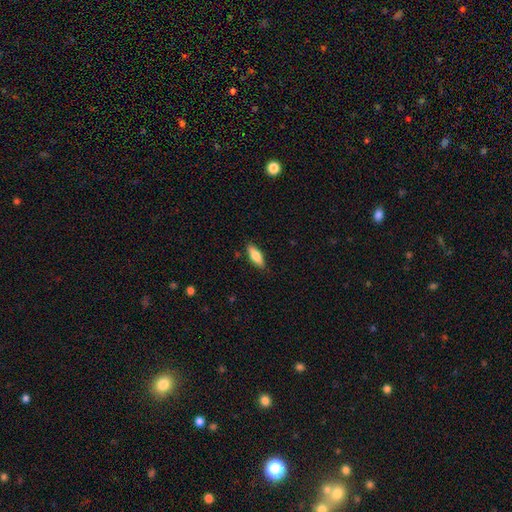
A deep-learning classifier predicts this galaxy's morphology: smooth 76%, featured or disk 18%, star or artifact 6%. Down the decision tree: how rounded — in between (62%); merging — none (85%).